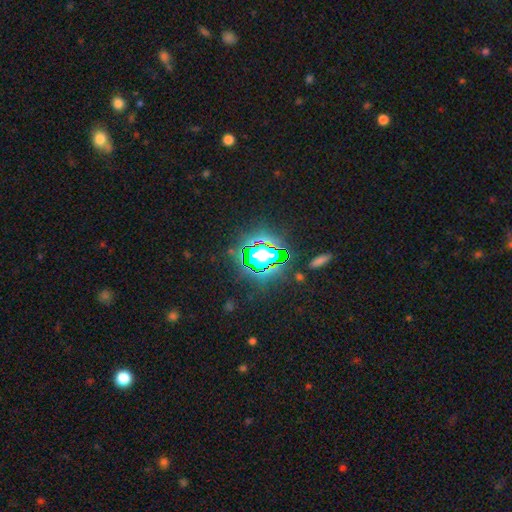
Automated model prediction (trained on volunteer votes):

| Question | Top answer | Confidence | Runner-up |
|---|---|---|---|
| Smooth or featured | star or artifact | 81% | smooth (11%) |